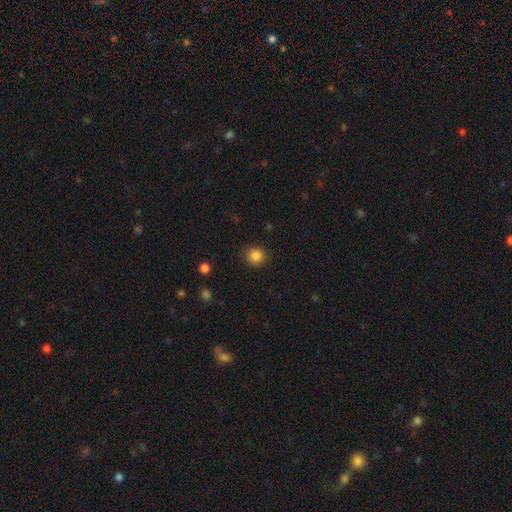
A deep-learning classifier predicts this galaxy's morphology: smooth-or-featured: smooth: 85% | star or artifact: 11% | featured or disk: 4%
  how-rounded: round: 91% | in between: 8% | cigar-shaped: 1%
  merging: none: 89% | minor disturbance: 7% | major disturbance: 3% | merger: 1%